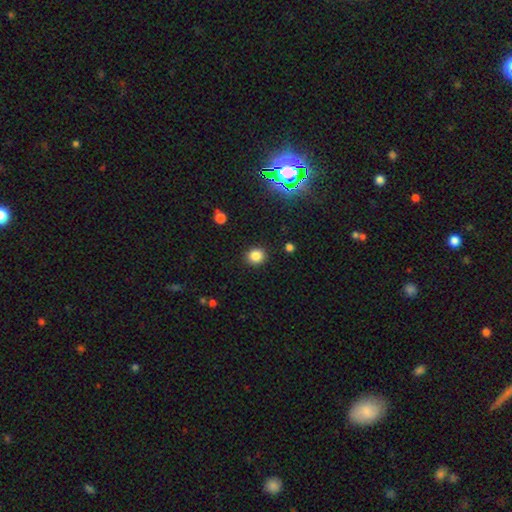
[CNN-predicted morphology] Smooth or featured? smooth (83%)
How rounded? round (83%)
Merging? none (90%)